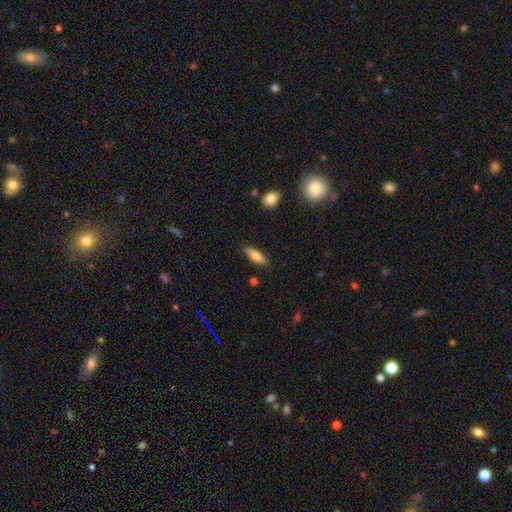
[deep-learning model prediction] smooth 78%, featured or disk 15%, star or artifact 7%. Down the decision tree: how rounded — in between (62%); merging — none (85%).